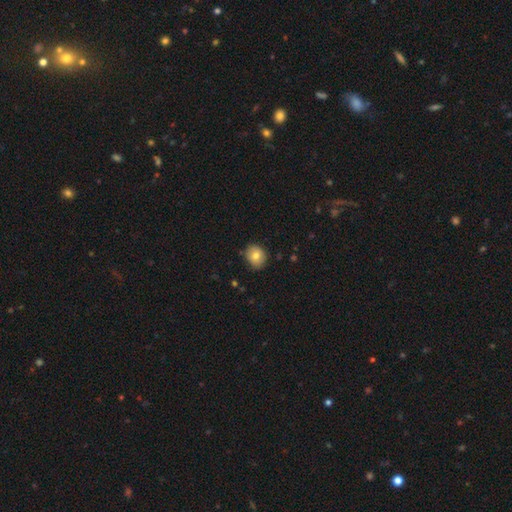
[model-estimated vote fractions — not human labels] Overall: smooth (77%). How rounded: round (60%; in between 39%). Merging: none (82%).